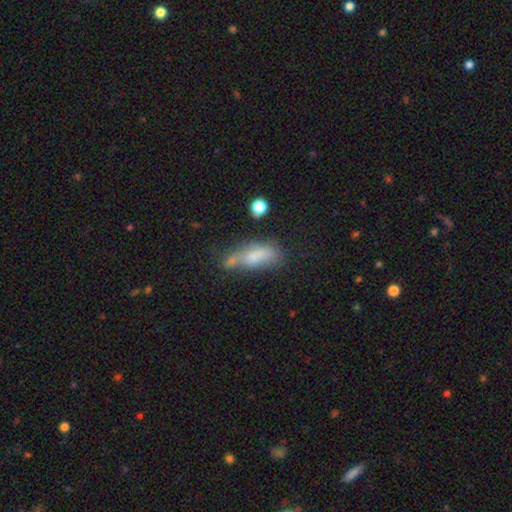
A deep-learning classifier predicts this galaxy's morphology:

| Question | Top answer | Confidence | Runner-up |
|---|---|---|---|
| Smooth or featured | smooth | 65% | featured or disk (24%) |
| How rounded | in between | 65% | cigar-shaped (31%) |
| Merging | none | 33% | minor disturbance (25%) |